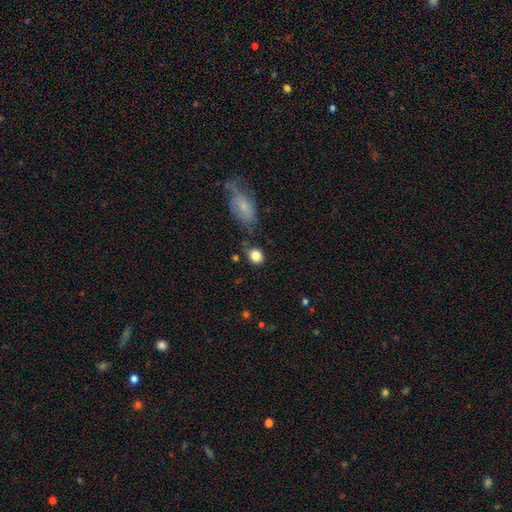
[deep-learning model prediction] Smooth or featured: smooth — 84% (star or artifact — 9%)
How rounded: round — 68% (in between — 30%)
Merging: none — 71% (minor disturbance — 18%)